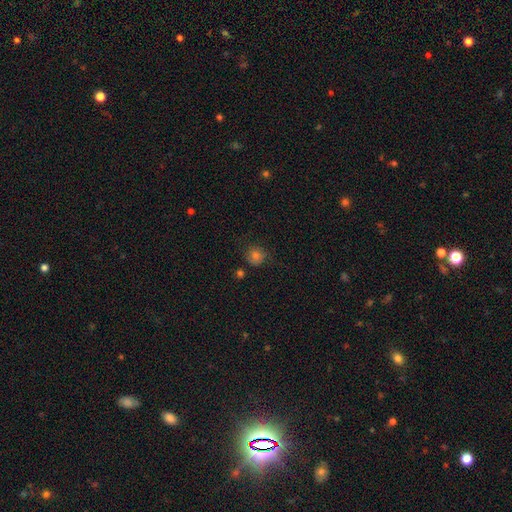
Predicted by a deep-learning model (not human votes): Morphology: type=smooth (70%); roundness=round (87%); merging=none (72%).